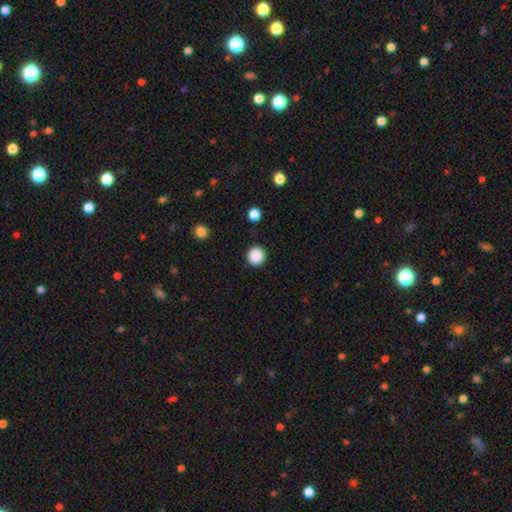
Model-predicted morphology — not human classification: smooth-or-featured: smooth: 88% | star or artifact: 9% | featured or disk: 3%
  how-rounded: round: 93% | in between: 6% | cigar-shaped: 1%
  merging: none: 92% | minor disturbance: 5% | major disturbance: 2% | merger: 1%